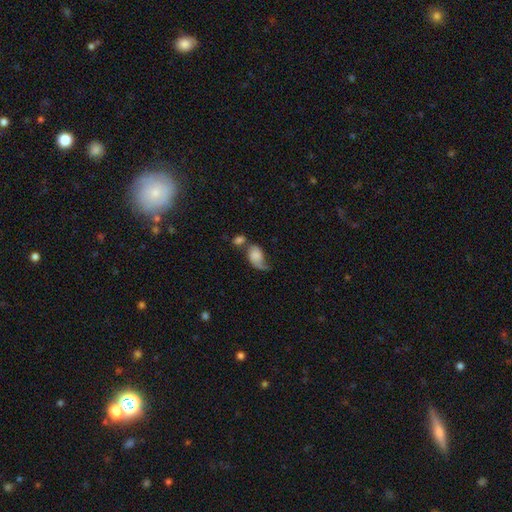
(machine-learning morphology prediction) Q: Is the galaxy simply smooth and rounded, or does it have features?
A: smooth — 60%.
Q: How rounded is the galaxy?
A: in between — 82%.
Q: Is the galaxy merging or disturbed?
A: merger — 34%.